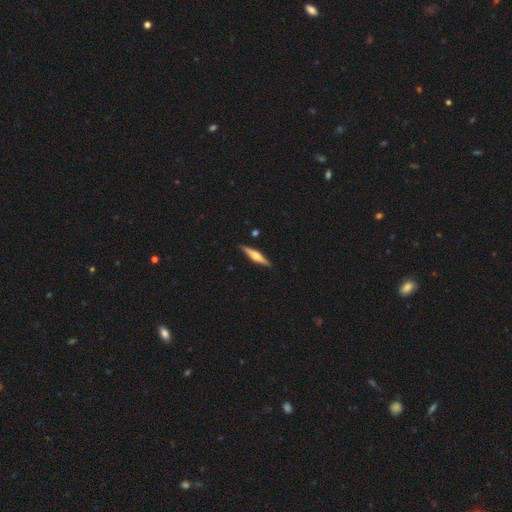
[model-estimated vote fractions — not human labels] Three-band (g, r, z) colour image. It shows a featured or disk galaxy (65%) viewed edge-on (97%) with a rounded central bulge (87%). Merging: none (90%).